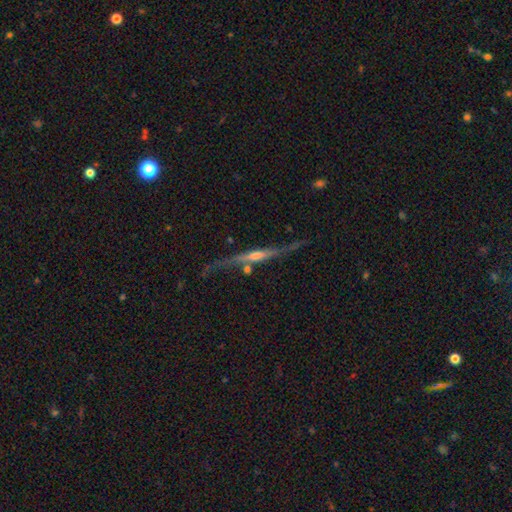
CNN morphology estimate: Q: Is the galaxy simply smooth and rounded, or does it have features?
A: featured or disk — 82%.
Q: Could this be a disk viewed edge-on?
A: yes — 90%.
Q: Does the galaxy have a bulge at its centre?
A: rounded — 69%.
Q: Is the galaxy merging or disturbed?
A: none — 63%.